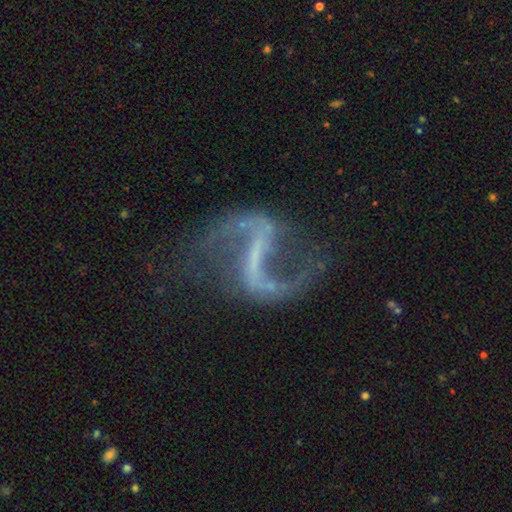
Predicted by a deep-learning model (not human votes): Morphology: type=featured or disk (91%); edge-on=no (97%); bar=strong (60%); spiral arms=yes (95%); winding=loose (76%); arm count=2 (92%); bulge=none (62%); merging=none (69%).